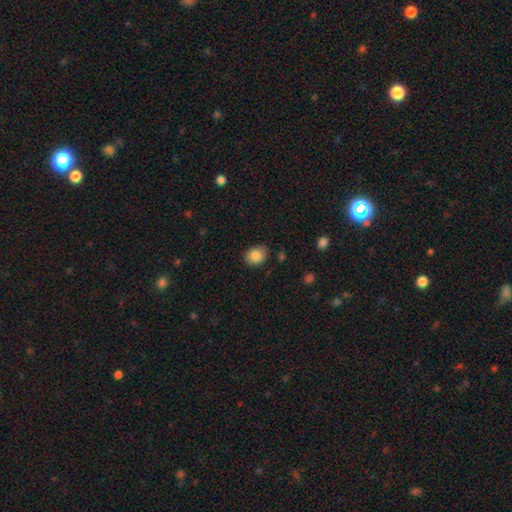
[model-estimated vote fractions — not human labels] Smooth or featured? smooth (87%)
How rounded? in between (51%)
Merging? none (81%)